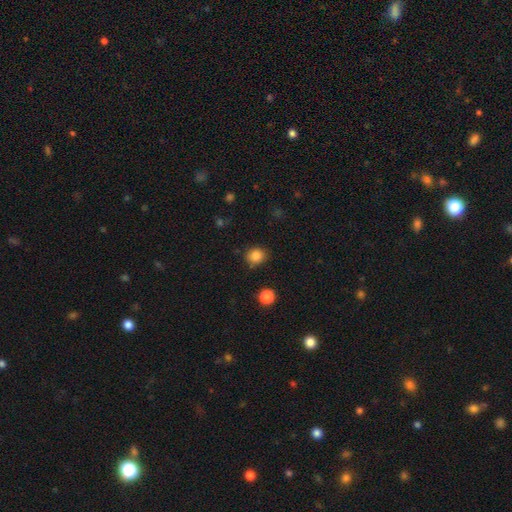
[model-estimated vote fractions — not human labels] This appears to be a smooth galaxy with no disk features (85%) that is round (79%). Merging: none (82%).